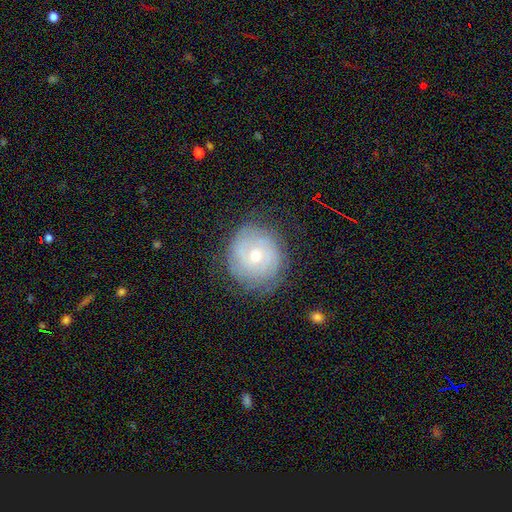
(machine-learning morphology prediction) A featured or disk galaxy (61%) with no bar (75%), spiral arms (80%) and a moderate central bulge (49%). Merging: none (77%).